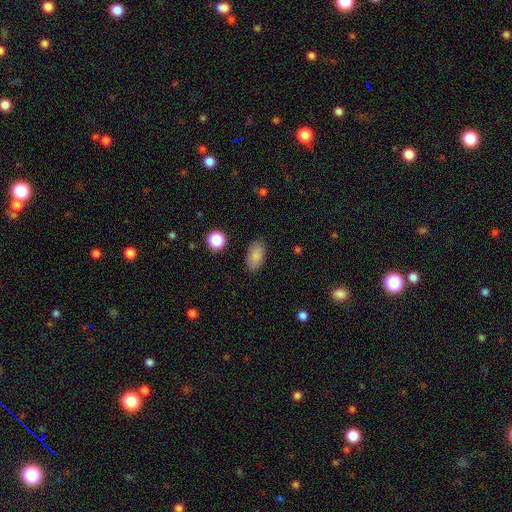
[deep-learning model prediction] Q: Smooth or featured?
A: smooth (85%); runner-up: star or artifact (9%)
Q: How rounded?
A: in between (91%); runner-up: round (5%)
Q: Merging?
A: none (86%); runner-up: minor disturbance (10%)